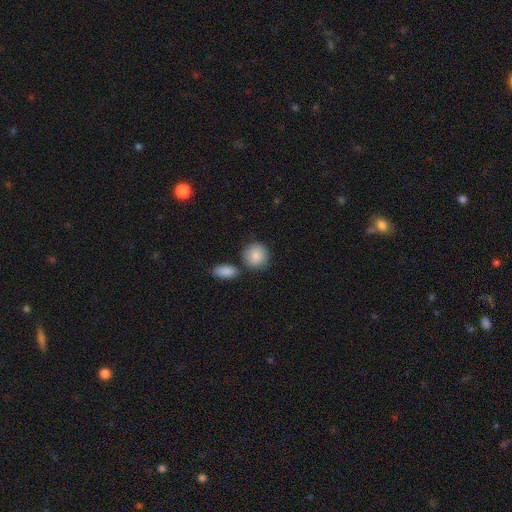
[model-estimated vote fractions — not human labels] smooth 87%, featured or disk 6%, star or artifact 6%. Down the decision tree: how rounded — round (86%); merging — none (72%).